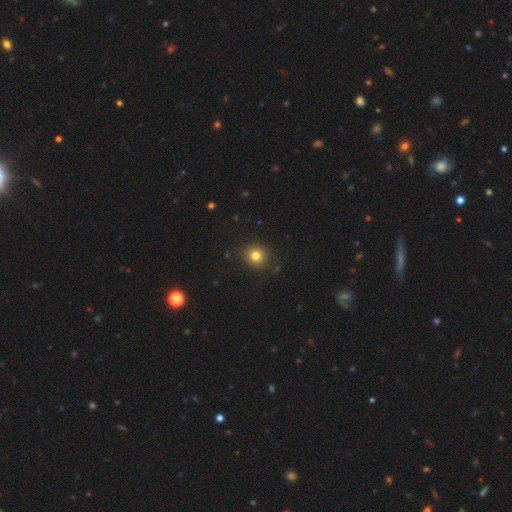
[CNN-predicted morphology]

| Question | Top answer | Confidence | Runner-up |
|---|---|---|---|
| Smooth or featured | smooth | 80% | star or artifact (14%) |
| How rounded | round | 90% | in between (9%) |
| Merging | none | 89% | minor disturbance (8%) |